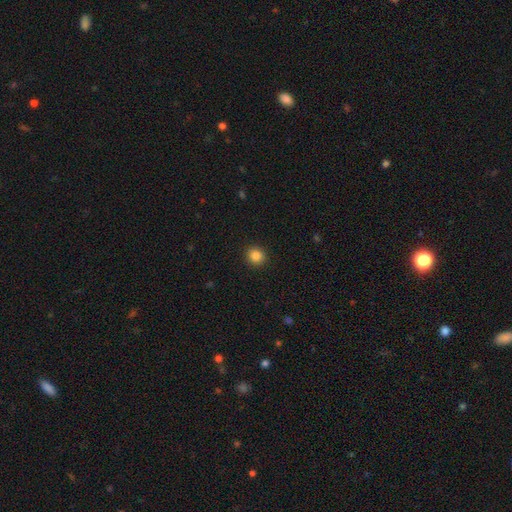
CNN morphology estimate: The model was most divided on "smooth or featured": smooth: 85%, star or artifact: 11%, featured or disk: 4%. More confident: merging — none (92%); how rounded — round (90%).